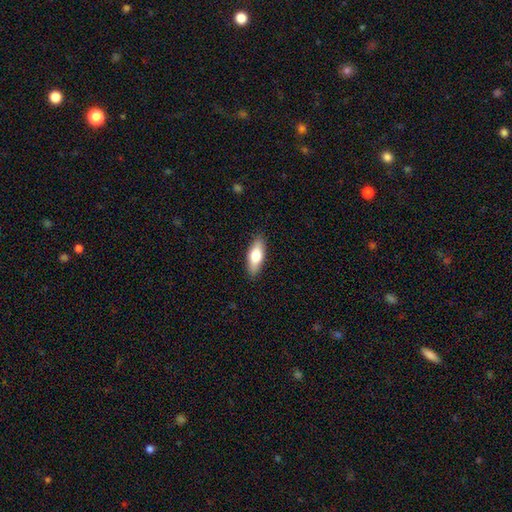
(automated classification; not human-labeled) Smooth or featured: smooth — 71% (featured or disk — 23%)
How rounded: in between — 71% (cigar-shaped — 27%)
Merging: none — 88% (minor disturbance — 9%)